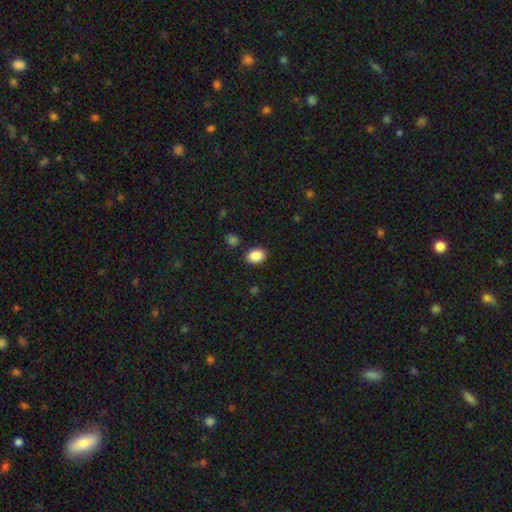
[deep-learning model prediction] smooth-or-featured: smooth: 89% | star or artifact: 8% | featured or disk: 4%
  how-rounded: in between: 73% | round: 26% | cigar-shaped: 1%
  merging: none: 87% | minor disturbance: 8% | merger: 3% | major disturbance: 2%